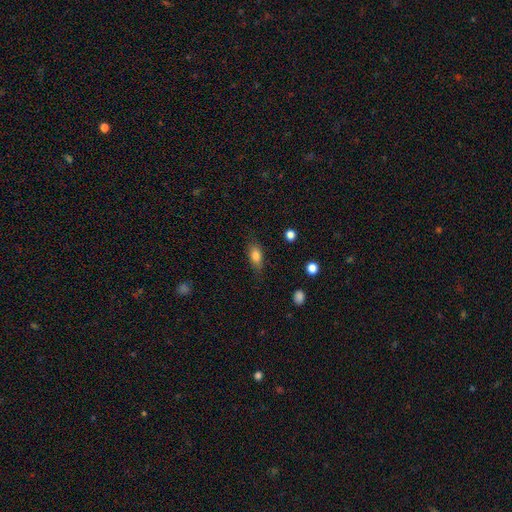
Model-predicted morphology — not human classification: A smooth galaxy with no disk features (81%) that is in between round and cigar-shaped (83%). Merging: none (78%).